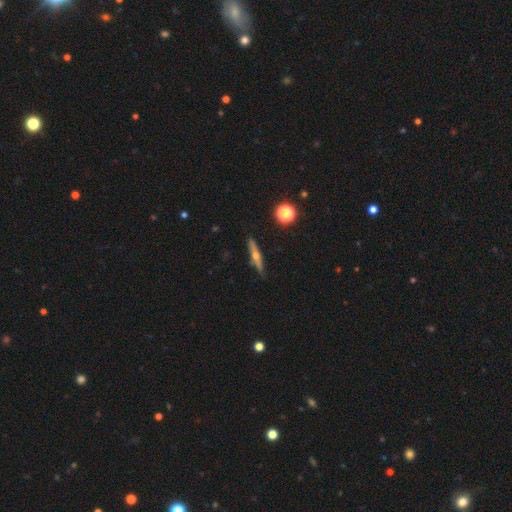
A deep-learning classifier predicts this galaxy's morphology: smooth-or-featured: featured or disk: 62% | smooth: 30% | star or artifact: 8%
  disk-edge-on: yes: 95% | no: 5%
    edge-on-bulge: rounded: 89% | none: 8% | boxy: 3%
  merging: none: 87% | minor disturbance: 9% | major disturbance: 2% | merger: 2%